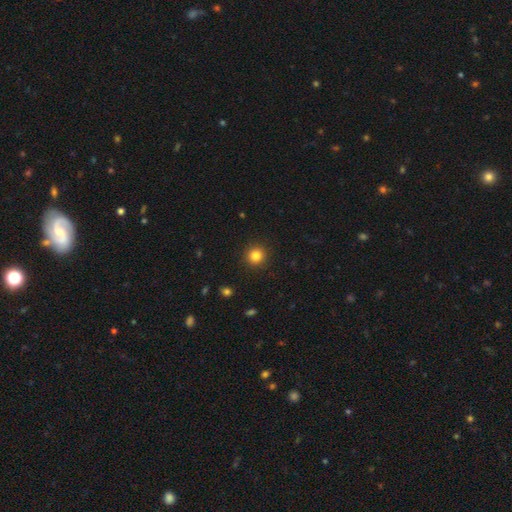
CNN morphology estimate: This appears to be a smooth galaxy with no disk features (83%) that is round (94%). Merging: none (92%).